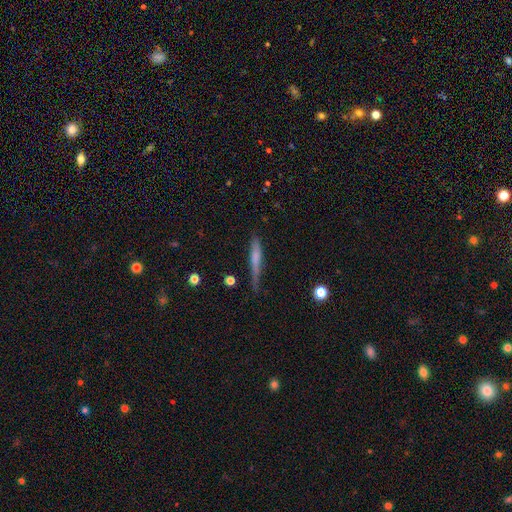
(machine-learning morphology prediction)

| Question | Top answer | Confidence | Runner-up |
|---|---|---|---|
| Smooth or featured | smooth | 55% | featured or disk (37%) |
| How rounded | cigar-shaped | 92% | in between (6%) |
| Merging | none | 61% | minor disturbance (29%) |